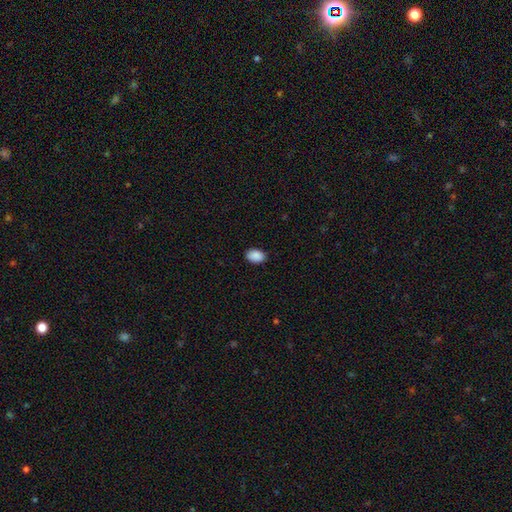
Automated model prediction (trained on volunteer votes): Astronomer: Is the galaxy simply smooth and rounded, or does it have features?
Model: smooth — 90%.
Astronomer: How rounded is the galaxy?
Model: in between — 86%.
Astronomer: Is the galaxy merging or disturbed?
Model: none — 88%.